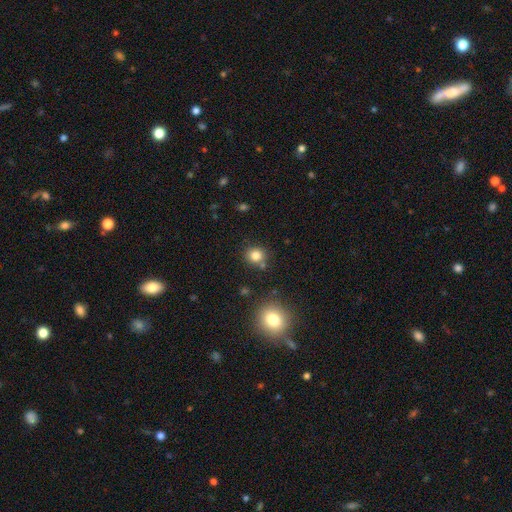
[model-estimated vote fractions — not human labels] Smooth or featured?
  - smooth: 81% *
  - star or artifact: 13%
  - featured or disk: 6%
How rounded?
  - round: 84% *
  - in between: 15%
  - cigar-shaped: 1%
Merging?
  - none: 78% *
  - minor disturbance: 10%
  - merger: 9%
  - major disturbance: 3%